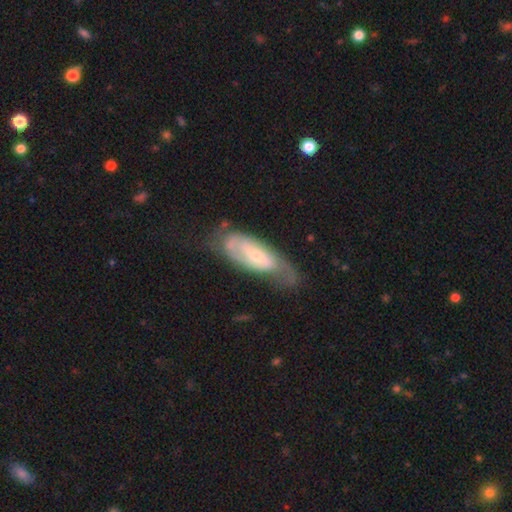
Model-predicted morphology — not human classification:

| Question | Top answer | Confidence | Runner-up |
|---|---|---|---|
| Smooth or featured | featured or disk | 68% | smooth (26%) |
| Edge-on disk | no | 88% | yes (12%) |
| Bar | no | 50% | weak (36%) |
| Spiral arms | yes | 80% | no (20%) |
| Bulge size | small | 59% | moderate (36%) |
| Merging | none | 49% | minor disturbance (29%) |